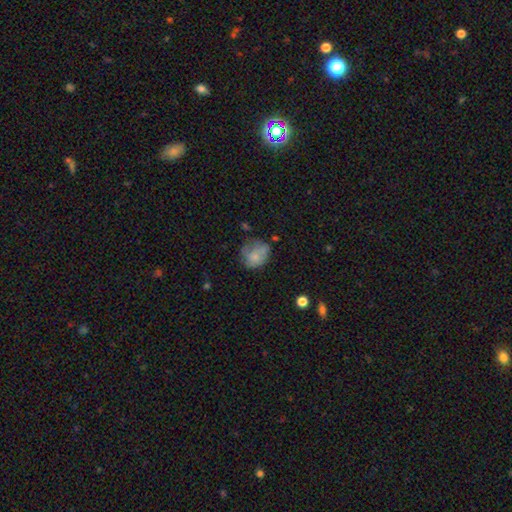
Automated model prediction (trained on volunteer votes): smooth-or-featured: smooth: 67% | featured or disk: 24% | star or artifact: 9%
  how-rounded: round: 69% | in between: 30% | cigar-shaped: 1%
  merging: none: 47% | minor disturbance: 31% | major disturbance: 18% | merger: 4%